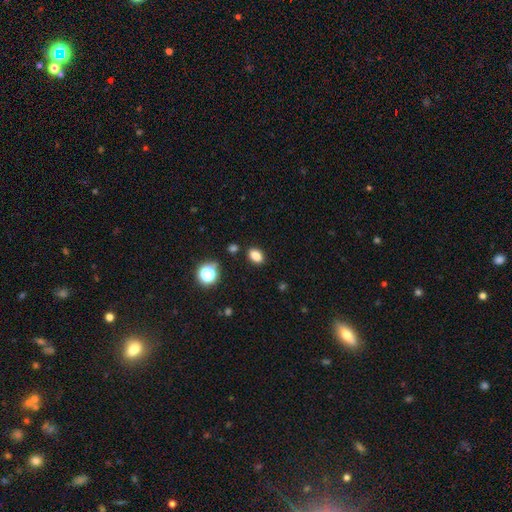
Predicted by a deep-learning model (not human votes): smooth_or_featured: smooth (p=0.83) [alt: star or artifact p=0.13]
how_rounded: in between (p=0.79) [alt: round p=0.19]
merging: none (p=0.85) [alt: minor disturbance p=0.10]